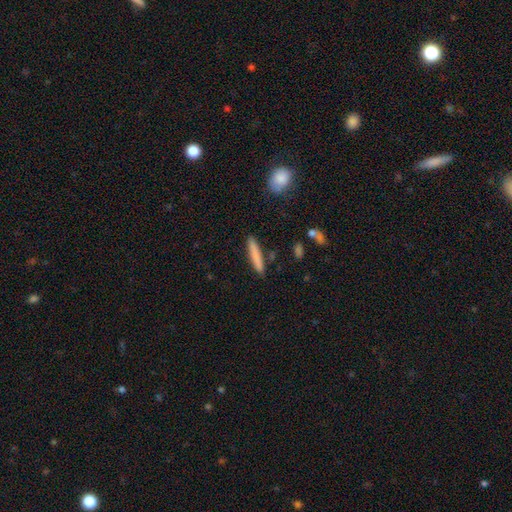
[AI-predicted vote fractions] The model was most divided on "smooth or featured": smooth: 80%, featured or disk: 14%, star or artifact: 6%. More confident: how rounded — cigar-shaped (93%); merging — none (89%).